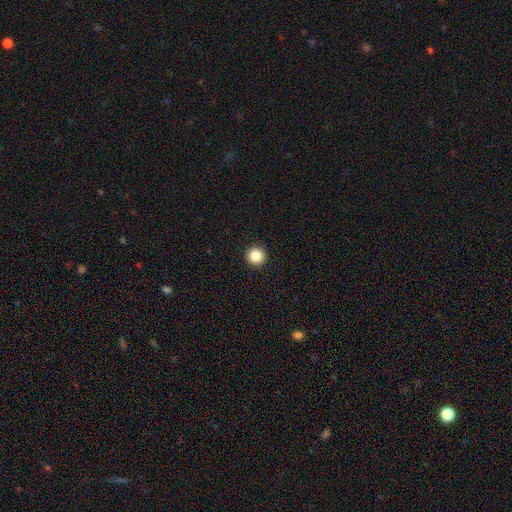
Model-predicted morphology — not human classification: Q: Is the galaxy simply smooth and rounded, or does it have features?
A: smooth — 86%.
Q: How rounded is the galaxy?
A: round — 96%.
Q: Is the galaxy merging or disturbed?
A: none — 94%.